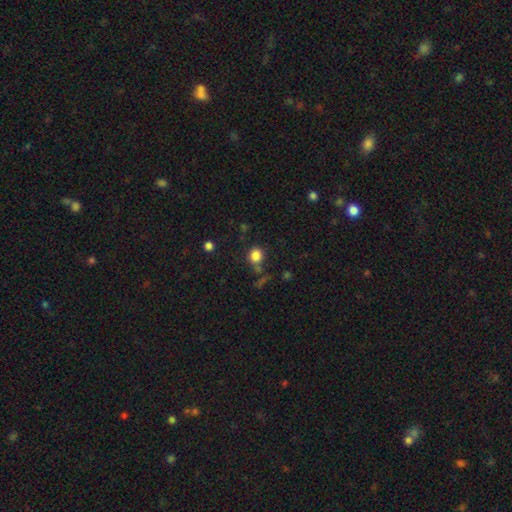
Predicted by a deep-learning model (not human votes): Smooth or featured? Predicted: smooth (p=0.83). How rounded? Predicted: round (p=0.76). Merging? Predicted: none (p=0.71).